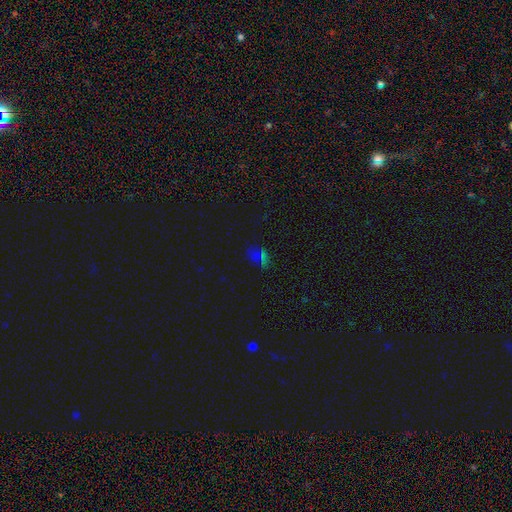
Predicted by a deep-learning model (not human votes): Overall: star or artifact (55%; smooth 36%).